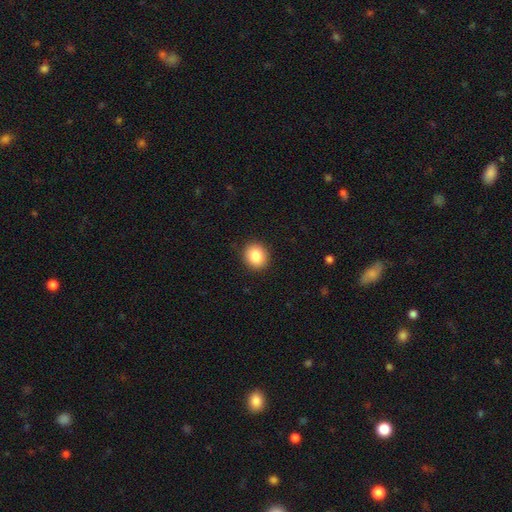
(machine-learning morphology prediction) Smooth or featured?
  - smooth: 87% *
  - star or artifact: 9%
  - featured or disk: 4%
How rounded?
  - round: 71% *
  - in between: 28%
  - cigar-shaped: 1%
Merging?
  - none: 91% *
  - minor disturbance: 6%
  - major disturbance: 2%
  - merger: 1%